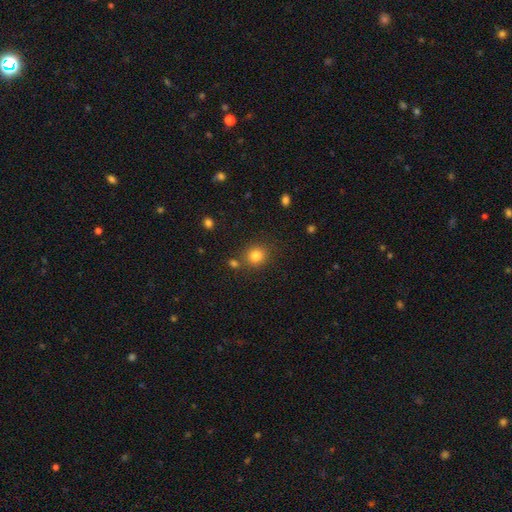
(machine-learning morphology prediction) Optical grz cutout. It shows a smooth galaxy with no disk features (82%) that is round (83%). Merging: none (77%).